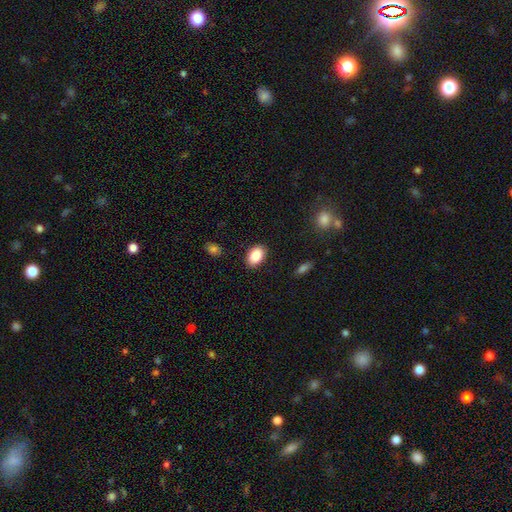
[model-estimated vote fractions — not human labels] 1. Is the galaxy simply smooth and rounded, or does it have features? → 86% smooth, 8% star or artifact, 7% featured or disk.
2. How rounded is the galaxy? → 87% in between, 12% round, 1% cigar-shaped.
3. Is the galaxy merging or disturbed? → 88% none, 9% minor disturbance, 2% major disturbance, 1% merger.